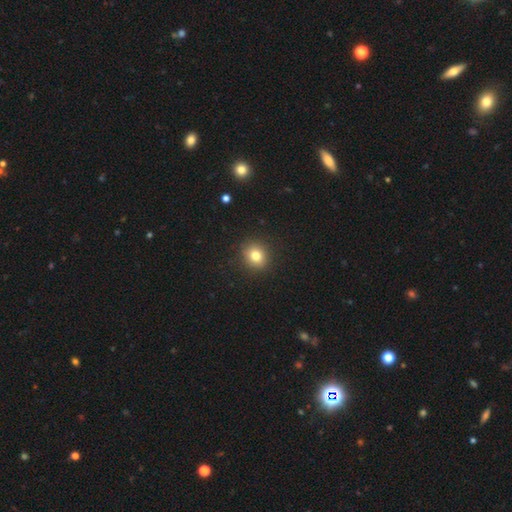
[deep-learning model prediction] Morphology: type=smooth (80%); roundness=round (76%); merging=none (90%).